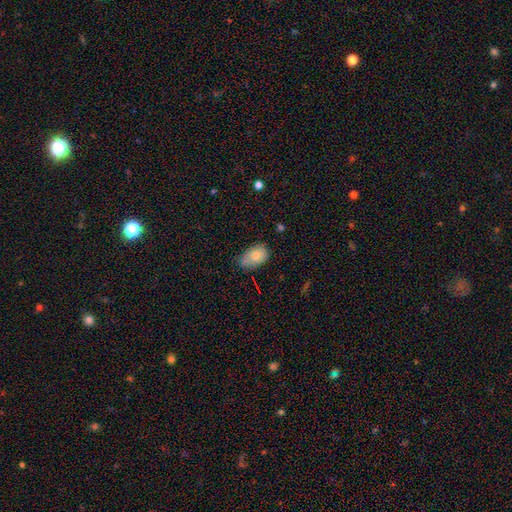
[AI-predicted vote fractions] Q: Smooth or featured?
A: smooth (78%); runner-up: featured or disk (14%)
Q: How rounded?
A: in between (87%); runner-up: round (11%)
Q: Merging?
A: none (59%); runner-up: minor disturbance (32%)